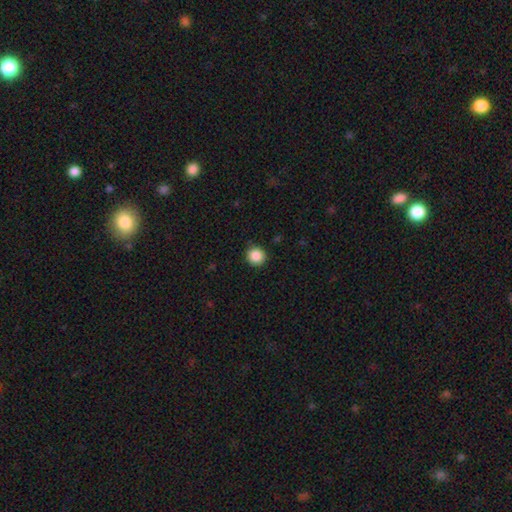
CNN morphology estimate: type=smooth (87%); roundness=round (94%); merging=none (91%).